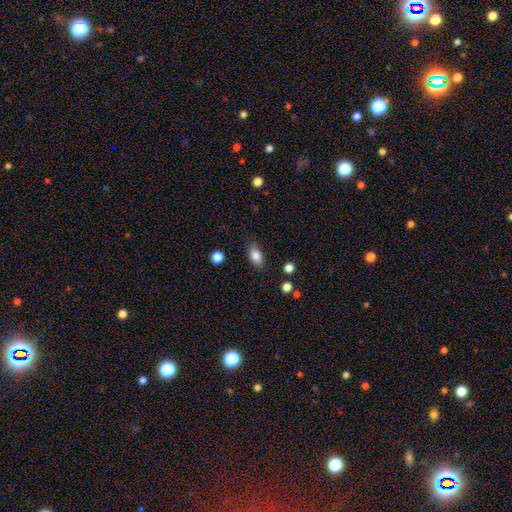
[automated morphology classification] The model was most divided on "merging": none: 83%, minor disturbance: 12%, major disturbance: 3%, merger: 2%. More confident: how rounded — in between (87%); smooth or featured — smooth (84%).